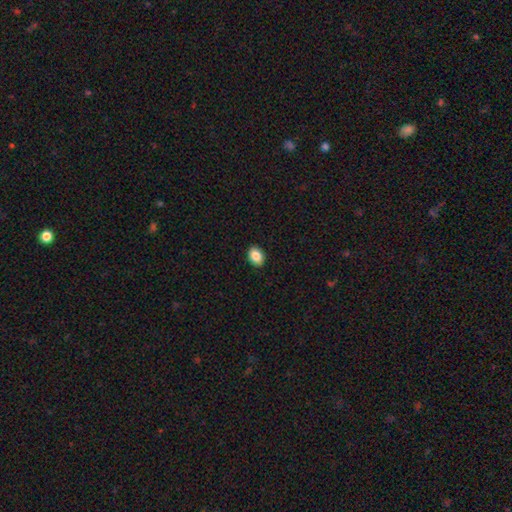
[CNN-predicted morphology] A smooth galaxy with no disk features (86%) that is in between round and cigar-shaped (77%).

Vote fractions:
- Smooth or featured? smooth: 86% / star or artifact: 8% / featured or disk: 6%
- How rounded? in between: 77% / round: 22% / cigar-shaped: 1%
- Merging? none: 91% / minor disturbance: 6% / major disturbance: 2% / merger: 1%